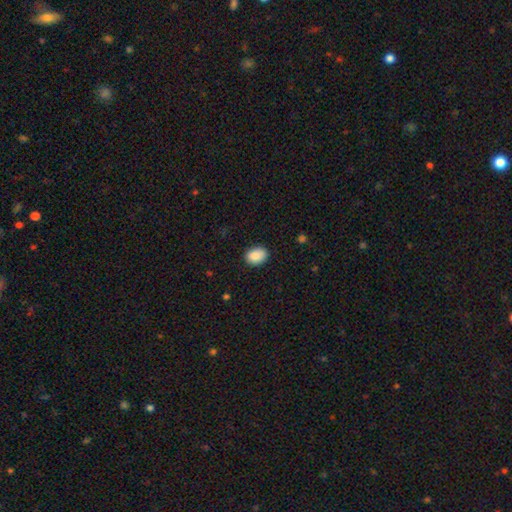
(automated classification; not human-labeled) A smooth galaxy with no disk features (89%) that is in between round and cigar-shaped (71%).

Vote fractions:
- Smooth or featured? smooth: 89% / star or artifact: 7% / featured or disk: 3%
- How rounded? in between: 71% / round: 28% / cigar-shaped: 1%
- Merging? none: 87% / minor disturbance: 10% / major disturbance: 2% / merger: 1%